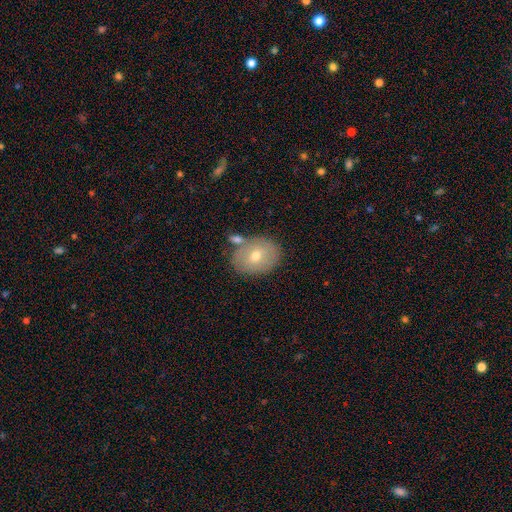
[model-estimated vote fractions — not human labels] The model was most divided on "how rounded": in between: 56%, round: 43%, cigar-shaped: 1%. More confident: merging — none (68%); smooth or featured — smooth (65%).